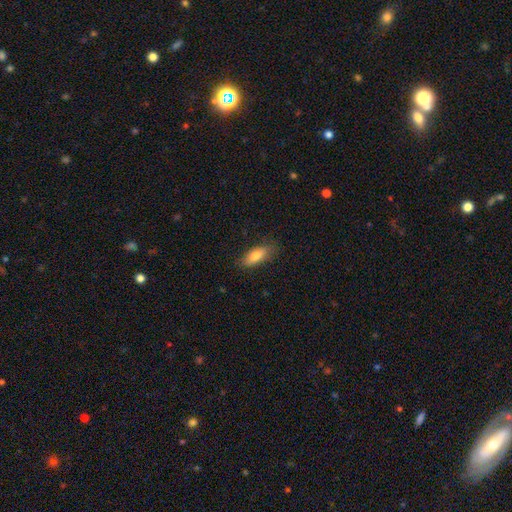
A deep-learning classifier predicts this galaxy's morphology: Smooth or featured? smooth (77%)
How rounded? in between (69%)
Merging? none (81%)